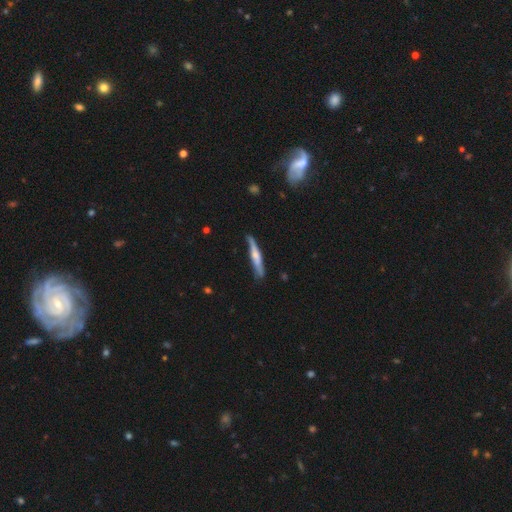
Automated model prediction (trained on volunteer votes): Smooth or featured? featured or disk (53%)
Edge-on disk? yes (94%)
Merging? none (79%)